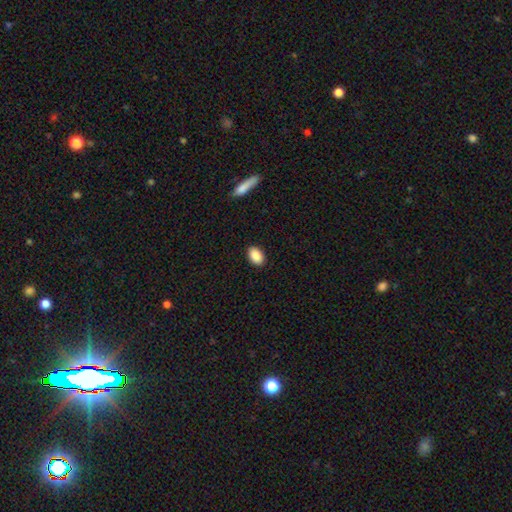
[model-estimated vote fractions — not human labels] Smooth or featured? Predicted: smooth (p=0.90). How rounded? Predicted: in between (p=0.89). Merging? Predicted: none (p=0.89).